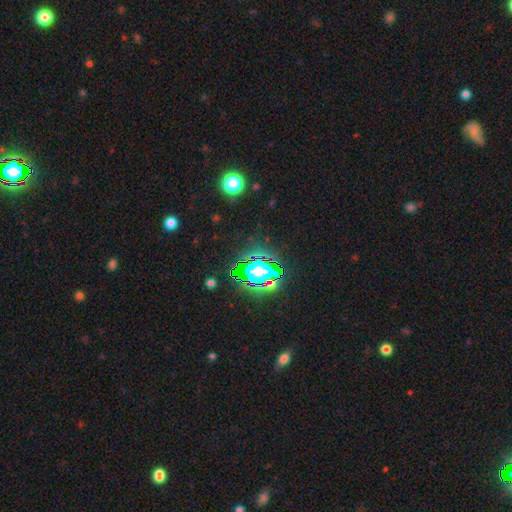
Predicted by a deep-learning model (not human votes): This is likely a star or artifact rather than a galaxy (75%).